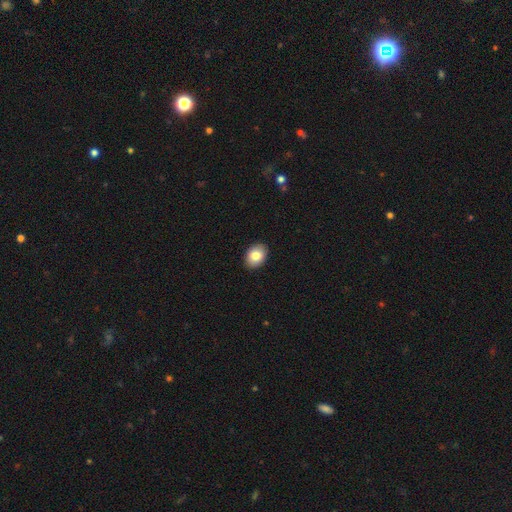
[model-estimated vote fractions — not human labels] The model was most divided on "how rounded": in between: 75%, round: 24%, cigar-shaped: 1%. More confident: merging — none (91%); smooth or featured — smooth (83%).